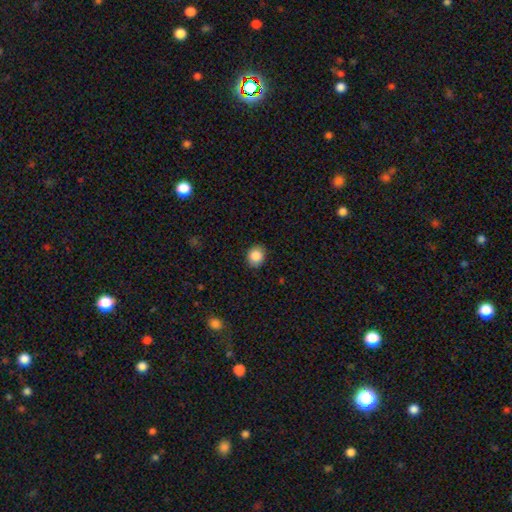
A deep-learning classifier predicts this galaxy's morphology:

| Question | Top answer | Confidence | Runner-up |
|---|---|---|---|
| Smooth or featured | smooth | 86% | star or artifact (9%) |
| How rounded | round | 74% | in between (25%) |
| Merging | none | 89% | minor disturbance (8%) |